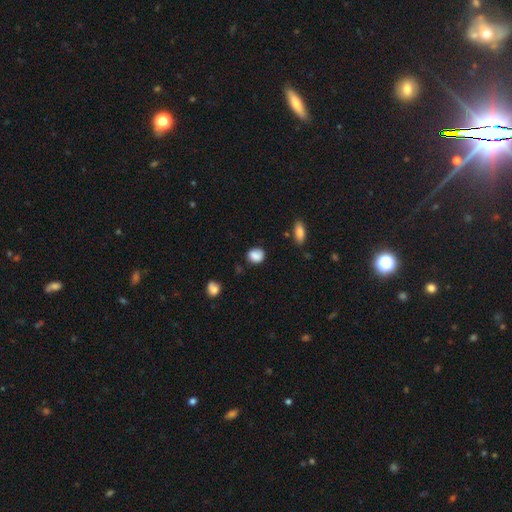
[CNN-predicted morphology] Smooth or featured: smooth — 85% (star or artifact — 9%)
How rounded: round — 56% (in between — 43%)
Merging: none — 74% (minor disturbance — 19%)